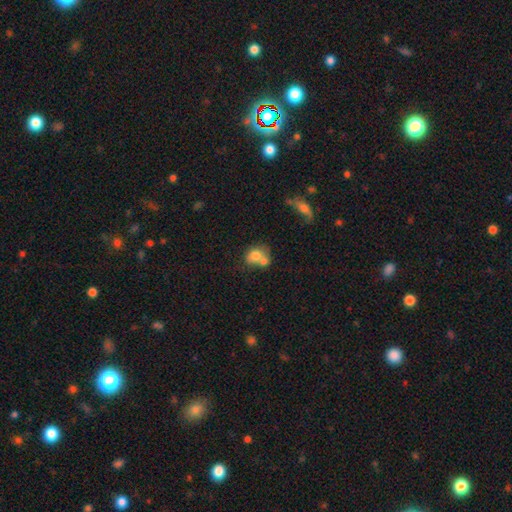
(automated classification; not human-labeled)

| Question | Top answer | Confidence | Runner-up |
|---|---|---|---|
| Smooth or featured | smooth | 72% | featured or disk (18%) |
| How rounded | round | 55% | in between (44%) |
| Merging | merger | 56% | none (28%) |